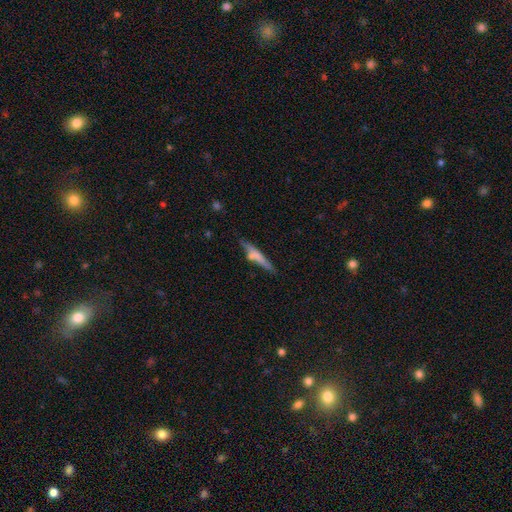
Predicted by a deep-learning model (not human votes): Smooth or featured: smooth — 58% (featured or disk — 36%)
How rounded: cigar-shaped — 89% (in between — 9%)
Merging: none — 65% (minor disturbance — 19%)